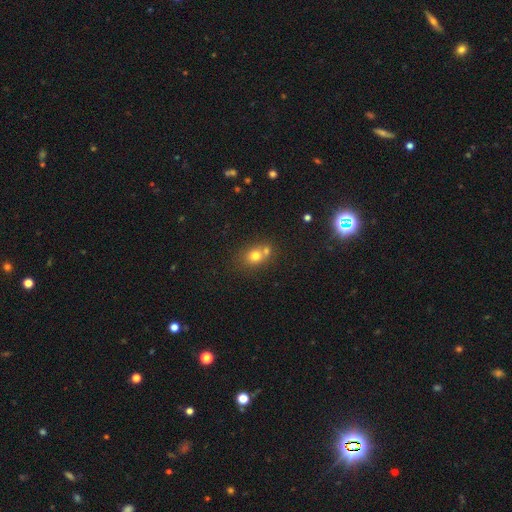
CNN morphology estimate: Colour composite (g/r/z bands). It shows a smooth galaxy with no disk features (73%) that is round (61%). Merging: none (46%).